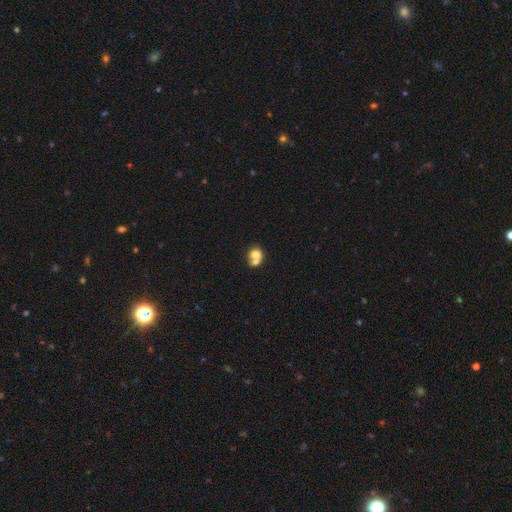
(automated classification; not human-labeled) Morphology: type=smooth (65%); roundness=round (57%); merging=merger (58%).